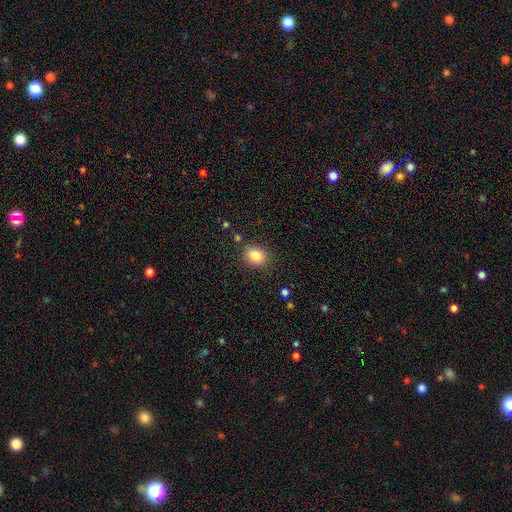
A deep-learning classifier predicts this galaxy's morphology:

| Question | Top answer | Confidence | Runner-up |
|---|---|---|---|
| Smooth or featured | smooth | 84% | star or artifact (10%) |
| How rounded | round | 54% | in between (45%) |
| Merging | none | 84% | minor disturbance (11%) |